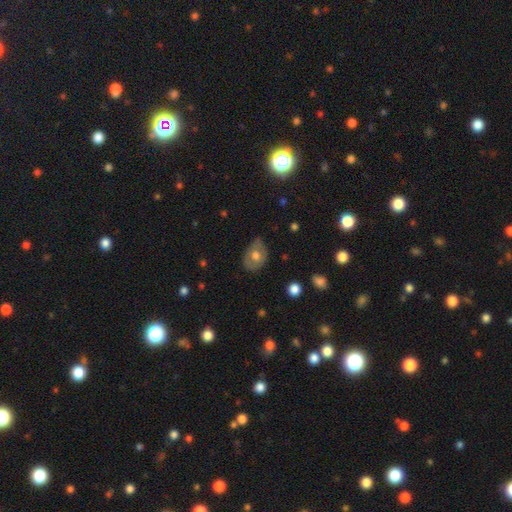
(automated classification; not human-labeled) smooth 61%, featured or disk 31%, star or artifact 8%. Down the decision tree: how rounded — in between (67%); merging — none (61%).